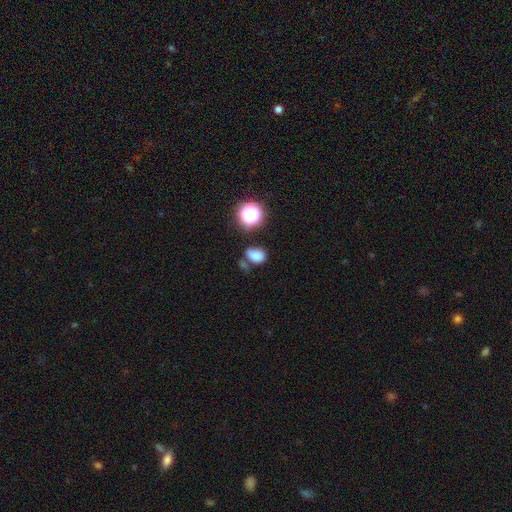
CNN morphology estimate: This is likely a smooth galaxy (79%). How rounded: likely in between (75%). Merging: likely none (61%).